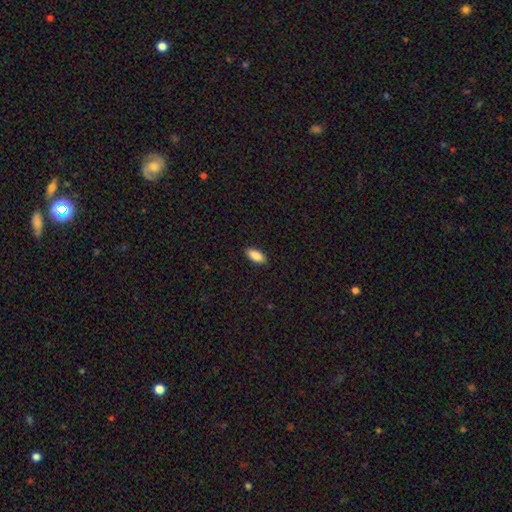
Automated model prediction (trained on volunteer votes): A smooth galaxy with no disk features (89%) that is in between round and cigar-shaped (88%). Merging: none (89%).